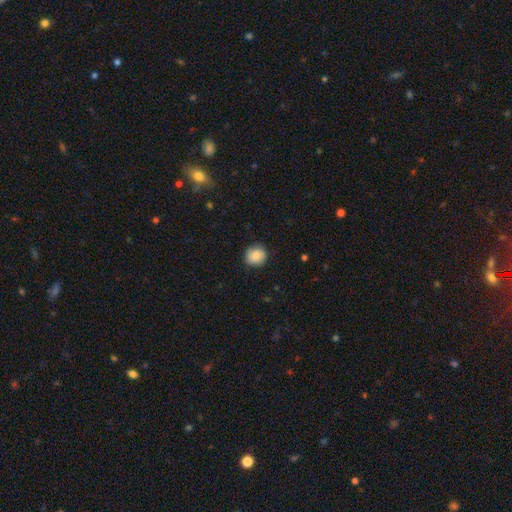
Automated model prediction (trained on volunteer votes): Smooth or featured? Predicted: smooth (p=0.82). How rounded? Predicted: round (p=0.89). Merging? Predicted: none (p=0.87).